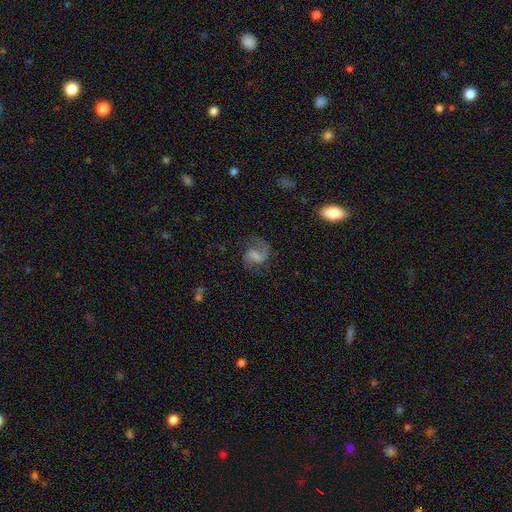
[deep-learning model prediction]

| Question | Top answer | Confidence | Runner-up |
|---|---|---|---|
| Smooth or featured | featured or disk | 75% | smooth (17%) |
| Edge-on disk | no | 98% | yes (2%) |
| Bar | weak | 53% | no (28%) |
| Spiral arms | yes | 95% | no (5%) |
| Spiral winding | medium | 49% | loose (39%) |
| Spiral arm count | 2 | 79% | 1 (15%) |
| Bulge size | small | 33% | tied: none (33%) |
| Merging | none | 66% | minor disturbance (17%) |